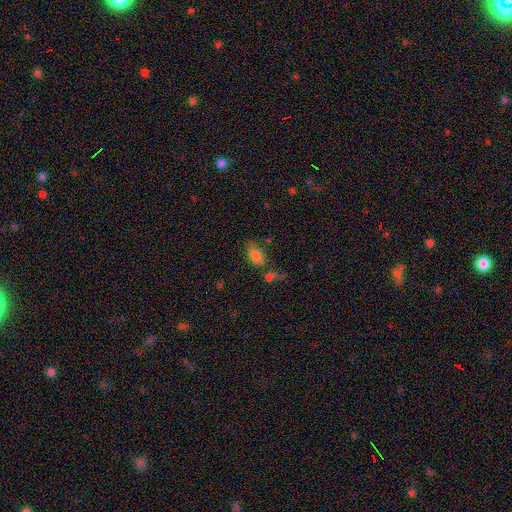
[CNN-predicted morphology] smooth-or-featured: smooth: 80% | star or artifact: 11% | featured or disk: 9%
  how-rounded: in between: 87% | round: 10% | cigar-shaped: 2%
  merging: none: 51% | merger: 20% | minor disturbance: 19% | major disturbance: 9%